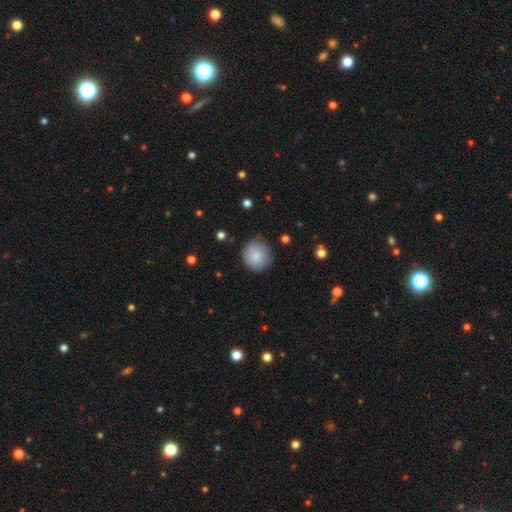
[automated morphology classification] smooth_or_featured: smooth (p=0.85) [alt: featured or disk p=0.08]
how_rounded: round (p=0.92) [alt: in between p=0.07]
merging: none (p=0.82) [alt: minor disturbance p=0.13]